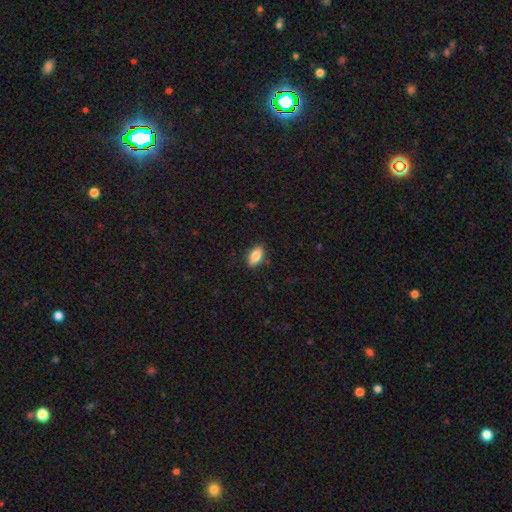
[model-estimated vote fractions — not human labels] Morphology: type=smooth (80%); roundness=in between (86%); merging=none (86%).